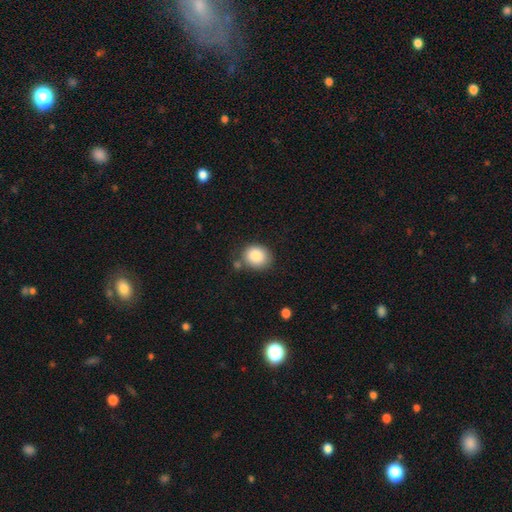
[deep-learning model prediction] Morphology: type=smooth (87%); roundness=round (69%); merging=none (73%).